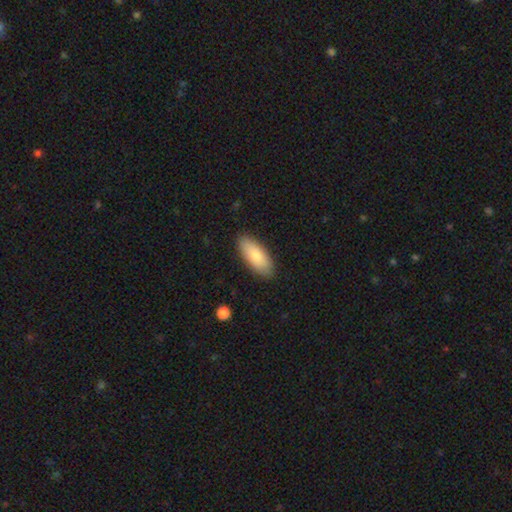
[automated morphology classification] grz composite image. It shows a smooth galaxy with no disk features (82%) that is in between round and cigar-shaped (82%). Merging: none (87%).